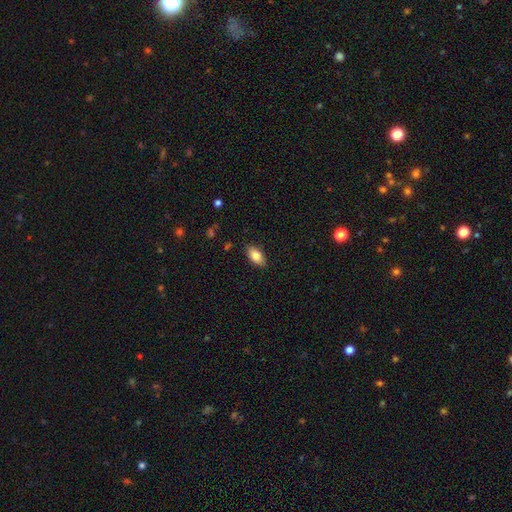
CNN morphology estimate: Smooth or featured?
  - smooth: 80% *
  - featured or disk: 13%
  - star or artifact: 7%
How rounded?
  - in between: 91% *
  - cigar-shaped: 6%
  - round: 4%
Merging?
  - none: 87% *
  - minor disturbance: 10%
  - major disturbance: 2%
  - merger: 1%